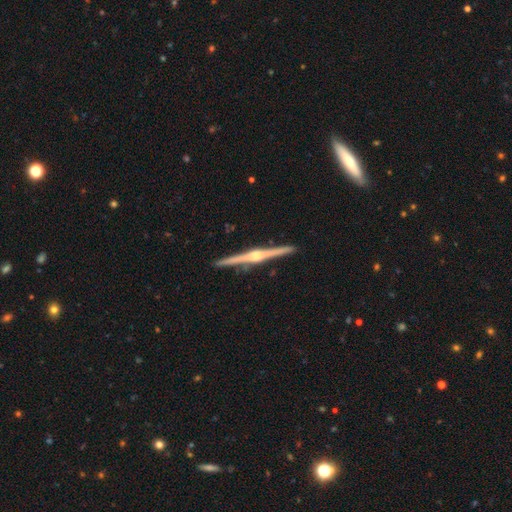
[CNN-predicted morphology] A featured or disk galaxy (88%) viewed edge-on (99%) with a rounded central bulge (87%).

Vote fractions:
- Smooth or featured? featured or disk: 88% / smooth: 8% / star or artifact: 4%
- Edge-on disk? yes: 99% / no: 1%
- Edge-on bulge? rounded: 87% / boxy: 8% / none: 5%
- Merging? none: 93% / minor disturbance: 5% / merger: 1% / major disturbance: 1%